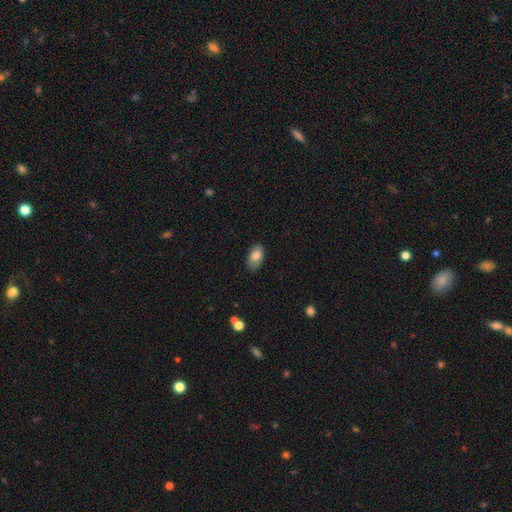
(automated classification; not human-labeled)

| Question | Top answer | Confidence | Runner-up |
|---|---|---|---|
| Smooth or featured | smooth | 79% | featured or disk (14%) |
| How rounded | in between | 93% | round (5%) |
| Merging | none | 77% | minor disturbance (18%) |